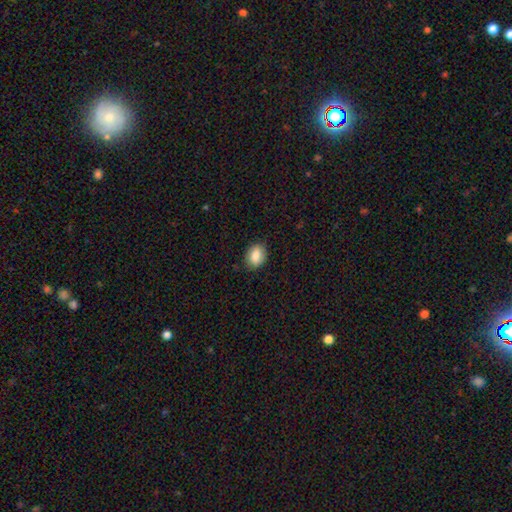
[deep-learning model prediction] Smooth or featured?
  - smooth: 85% *
  - star or artifact: 7%
  - featured or disk: 7%
How rounded?
  - in between: 77% *
  - round: 22%
  - cigar-shaped: 1%
Merging?
  - none: 81% *
  - minor disturbance: 15%
  - major disturbance: 3%
  - merger: 1%